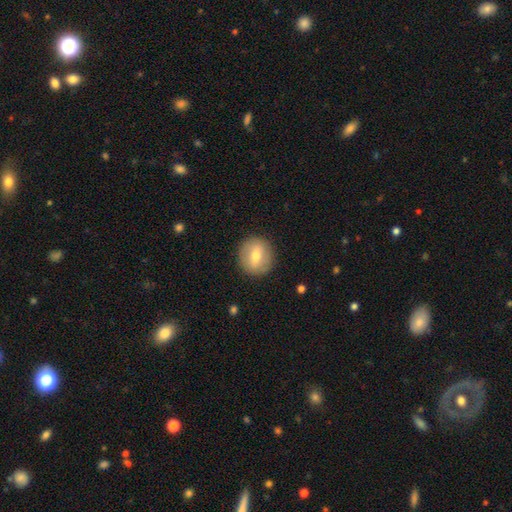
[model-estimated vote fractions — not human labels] Smooth or featured? Predicted: smooth (p=0.62). How rounded? Predicted: round (p=0.87). Merging? Predicted: none (p=0.89).